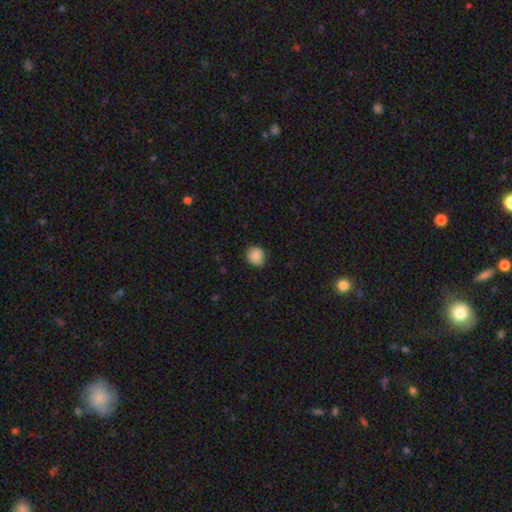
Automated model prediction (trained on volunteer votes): Smooth or featured? smooth (88%)
How rounded? round (75%)
Merging? none (82%)